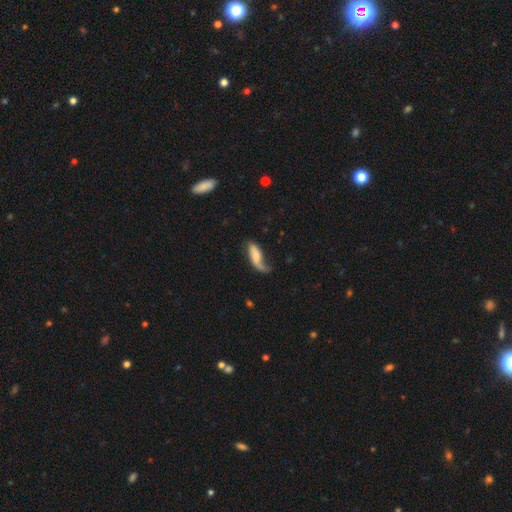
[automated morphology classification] The model was most divided on "merging": none: 37%, minor disturbance: 30%, major disturbance: 29%, merger: 5%. More confident: how rounded — in between (66%); smooth or featured — smooth (51%).